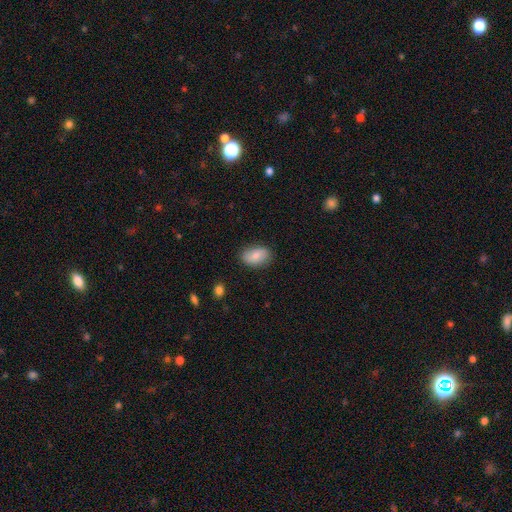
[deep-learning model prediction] smooth-or-featured: smooth: 79% | featured or disk: 14% | star or artifact: 7%
  how-rounded: in between: 89% | round: 10% | cigar-shaped: 2%
  merging: none: 81% | minor disturbance: 14% | major disturbance: 3% | merger: 1%